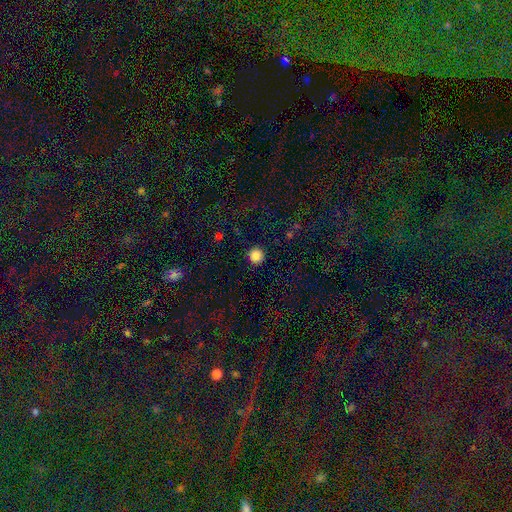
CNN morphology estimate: A smooth galaxy with no disk features (86%) that is round (96%). Merging: none (92%).